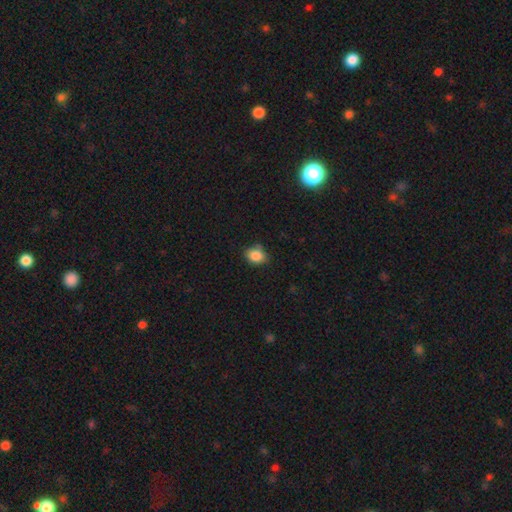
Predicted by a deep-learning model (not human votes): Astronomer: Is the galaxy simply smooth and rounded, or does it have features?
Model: smooth — 86%.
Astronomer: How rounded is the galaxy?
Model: in between — 56% (runner-up: round, 43%).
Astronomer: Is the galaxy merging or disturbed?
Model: none — 72%.